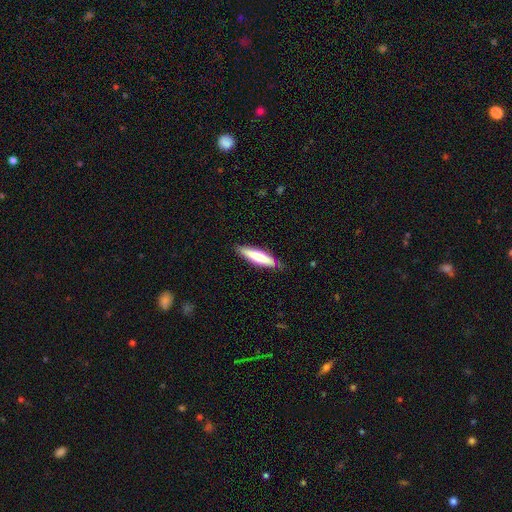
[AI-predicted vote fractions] Smooth or featured? smooth (70%)
How rounded? cigar-shaped (75%)
Merging? none (82%)